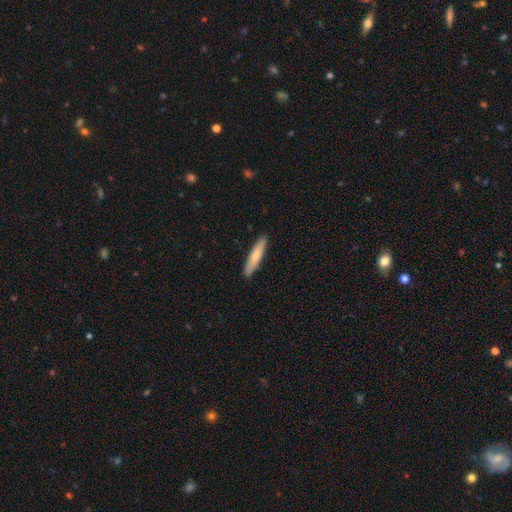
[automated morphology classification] Smooth or featured? Predicted: smooth (p=0.72). How rounded? Predicted: cigar-shaped (p=0.88). Merging? Predicted: none (p=0.90).